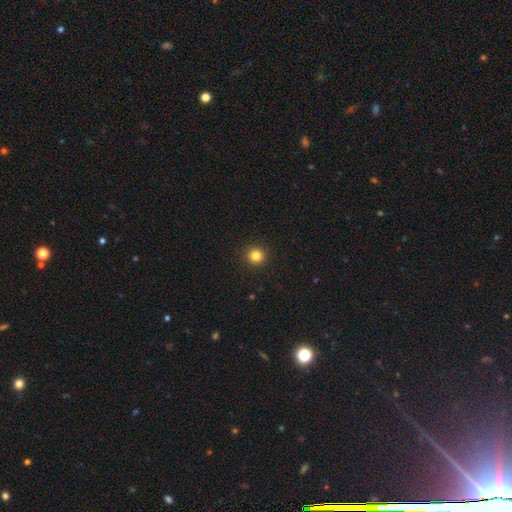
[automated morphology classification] A smooth galaxy with no disk features (83%) that is round (95%).

Vote fractions:
- Smooth or featured? smooth: 83% / star or artifact: 12% / featured or disk: 4%
- How rounded? round: 95% / in between: 4% / cigar-shaped: 1%
- Merging? none: 93% / minor disturbance: 4% / major disturbance: 2% / merger: 1%